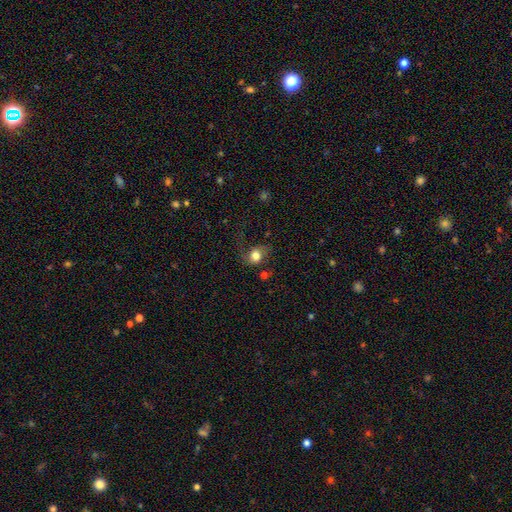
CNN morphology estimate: Smooth or featured?
  - smooth: 71% *
  - featured or disk: 19%
  - star or artifact: 10%
How rounded?
  - round: 62% *
  - in between: 36%
  - cigar-shaped: 1%
Merging?
  - none: 47% *
  - major disturbance: 27%
  - minor disturbance: 23%
  - merger: 3%